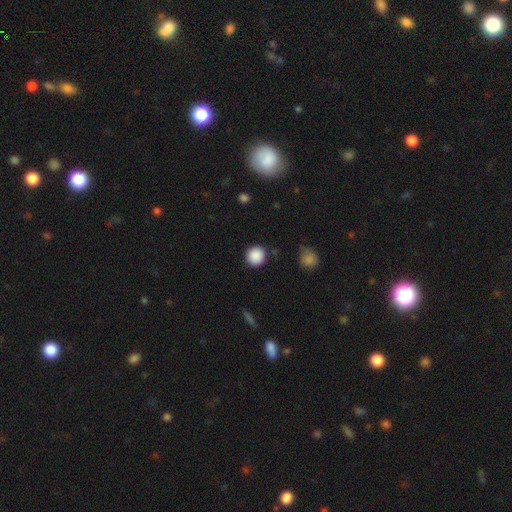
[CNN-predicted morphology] This is clearly a smooth galaxy (88%). How rounded: clearly round (94%). Merging: clearly none (89%).